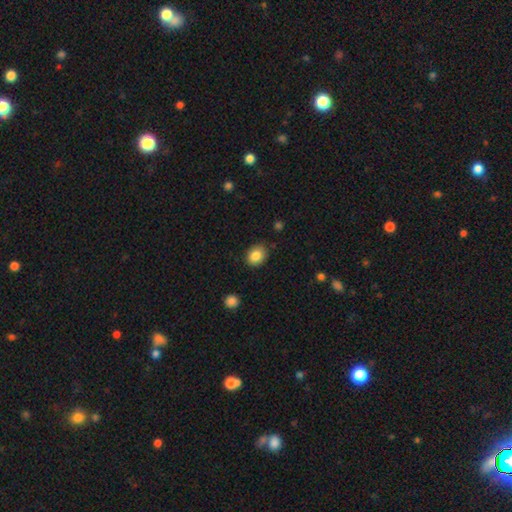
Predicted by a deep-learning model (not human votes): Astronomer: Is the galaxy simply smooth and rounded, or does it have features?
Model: smooth — 85%.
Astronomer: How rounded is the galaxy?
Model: round — 51% (runner-up: in between, 48%).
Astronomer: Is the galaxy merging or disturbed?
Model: none — 84%.